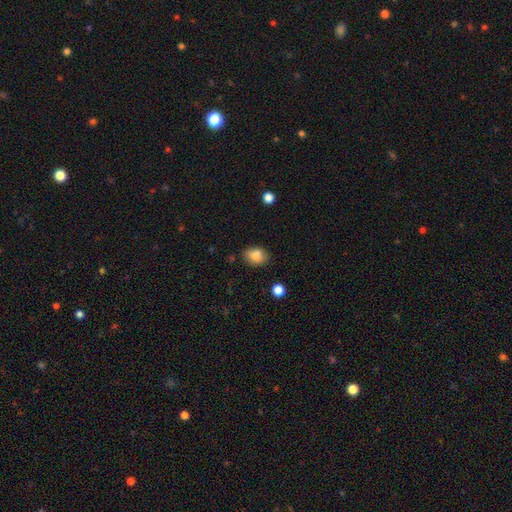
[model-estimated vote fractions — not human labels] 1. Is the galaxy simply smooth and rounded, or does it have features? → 82% smooth, 10% star or artifact, 9% featured or disk.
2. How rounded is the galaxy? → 69% in between, 30% round, 1% cigar-shaped.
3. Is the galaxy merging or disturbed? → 70% none, 19% minor disturbance, 6% merger, 4% major disturbance.